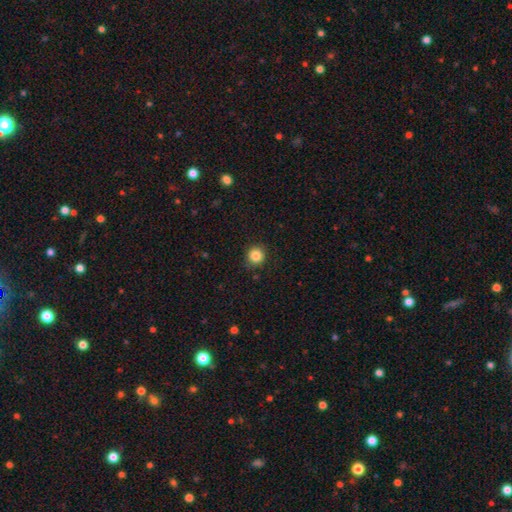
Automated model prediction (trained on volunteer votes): The model was most divided on "smooth or featured": smooth: 85%, star or artifact: 11%, featured or disk: 5%. More confident: how rounded — round (91%); merging — none (88%).